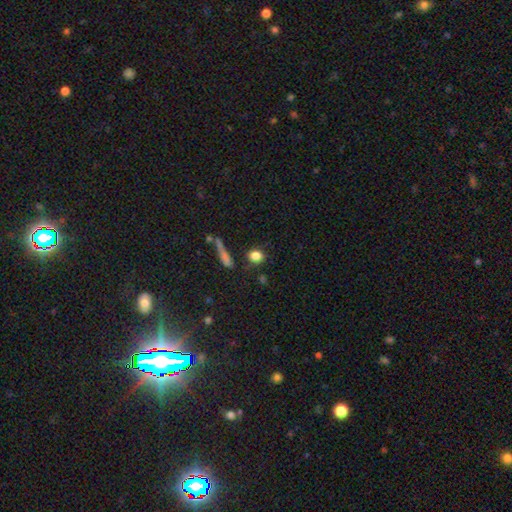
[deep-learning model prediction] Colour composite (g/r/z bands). It shows a smooth galaxy with no disk features (82%) that is round (64%). Merging: none (73%).